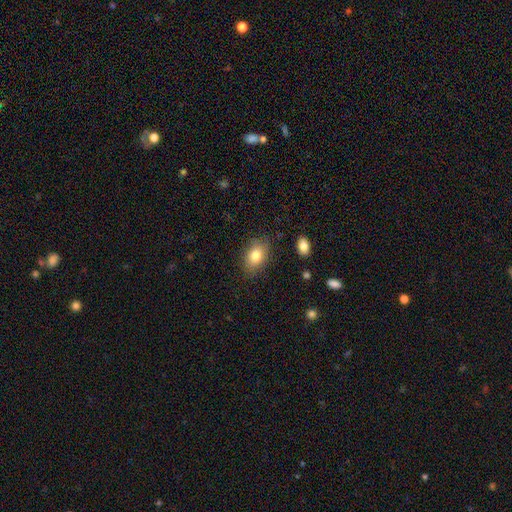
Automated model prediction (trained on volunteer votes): Morphology: type=smooth (81%); roundness=in between (81%); merging=none (83%).